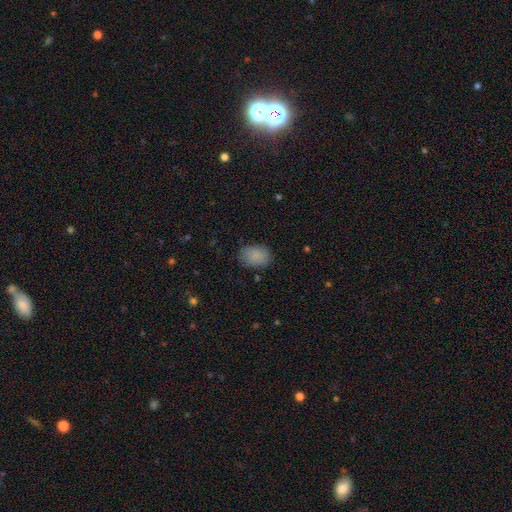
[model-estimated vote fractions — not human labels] This appears to be a smooth galaxy with no disk features (87%) that is in between round and cigar-shaped (79%). Merging: none (80%).